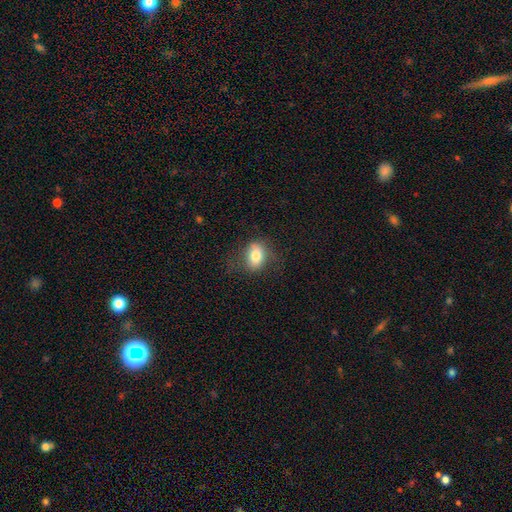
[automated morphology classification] The model was most divided on "merging": none: 71%, minor disturbance: 20%, major disturbance: 9%, merger: 1%. More confident: how rounded — in between (78%); smooth or featured — smooth (76%).